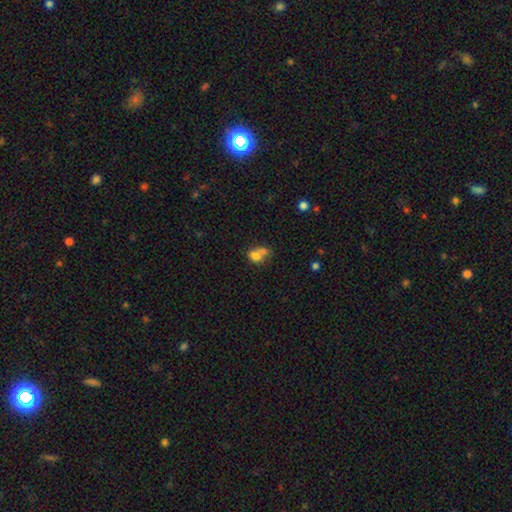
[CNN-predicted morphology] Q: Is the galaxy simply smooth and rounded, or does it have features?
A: smooth — 71%.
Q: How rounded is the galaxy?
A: in between — 63%.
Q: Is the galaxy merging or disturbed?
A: merger — 58%.